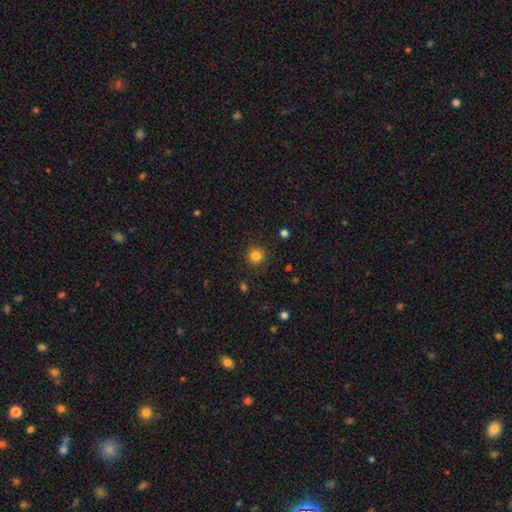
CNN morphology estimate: Smooth or featured? smooth (83%)
How rounded? round (93%)
Merging? none (89%)